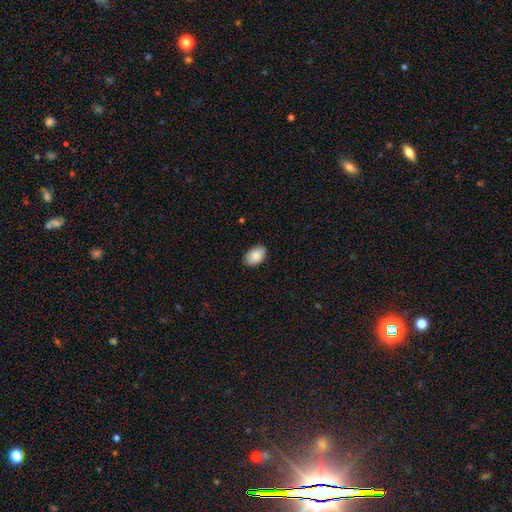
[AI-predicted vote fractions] This is clearly a smooth galaxy (88%). How rounded: clearly in between (89%). Merging: clearly none (84%).